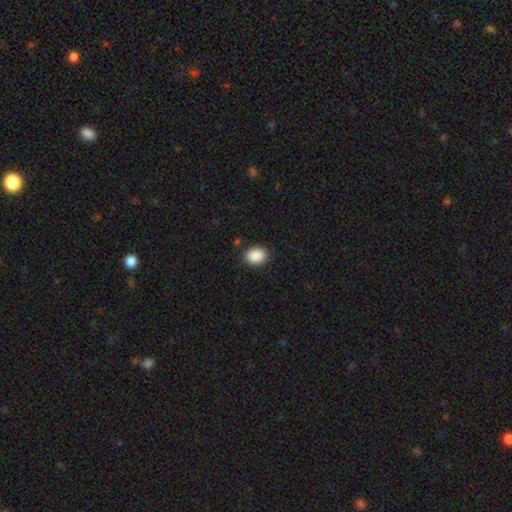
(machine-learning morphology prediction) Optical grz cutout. It shows a smooth galaxy with no disk features (89%) that is in between round and cigar-shaped (56%). Merging: none (88%).